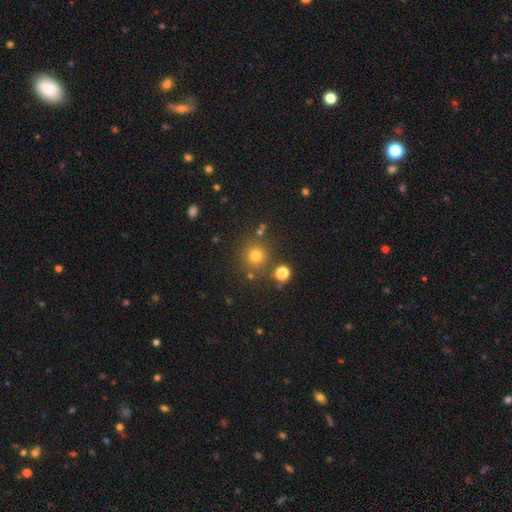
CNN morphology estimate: Q: Smooth or featured?
A: smooth (75%); runner-up: star or artifact (18%)
Q: How rounded?
A: round (94%); runner-up: in between (5%)
Q: Merging?
A: none (82%); runner-up: minor disturbance (8%)